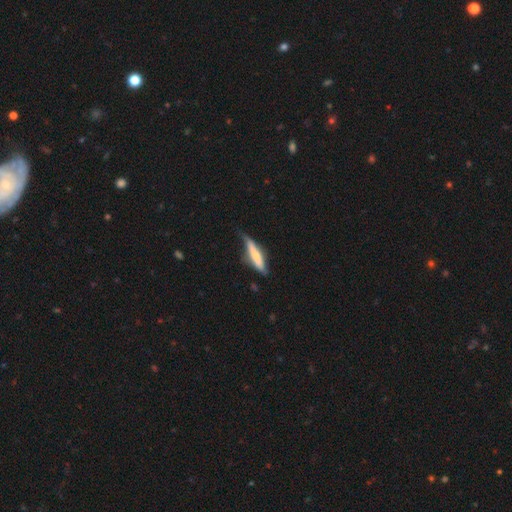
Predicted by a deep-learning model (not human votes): Morphology: type=smooth (57%); roundness=cigar-shaped (81%); merging=none (50%).